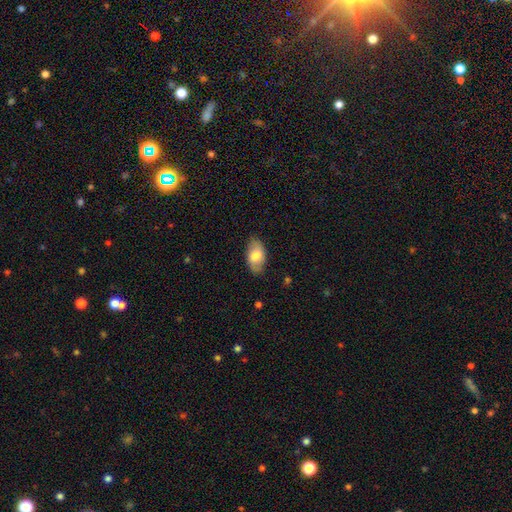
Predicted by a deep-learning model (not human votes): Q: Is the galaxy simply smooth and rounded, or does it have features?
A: smooth — 76%.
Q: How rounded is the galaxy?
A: in between — 94%.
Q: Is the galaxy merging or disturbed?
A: none — 82%.